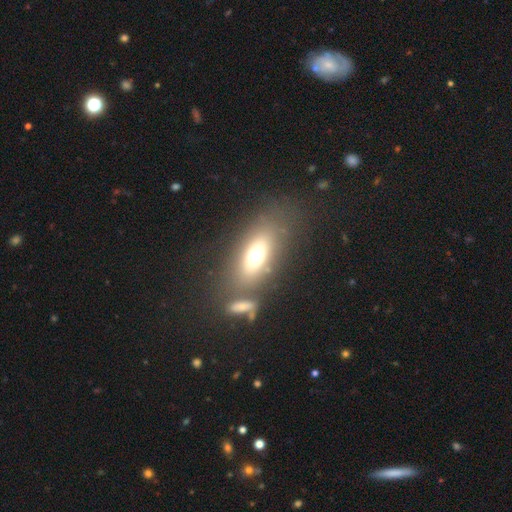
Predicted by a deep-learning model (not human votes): This is likely a smooth galaxy (65%). How rounded: likely in between (73%). Merging: likely none (63%).